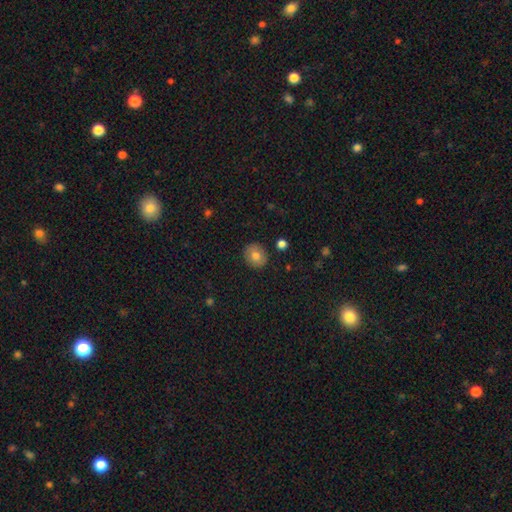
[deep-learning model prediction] A smooth galaxy with no disk features (76%) that is round (76%). Merging: none (88%).